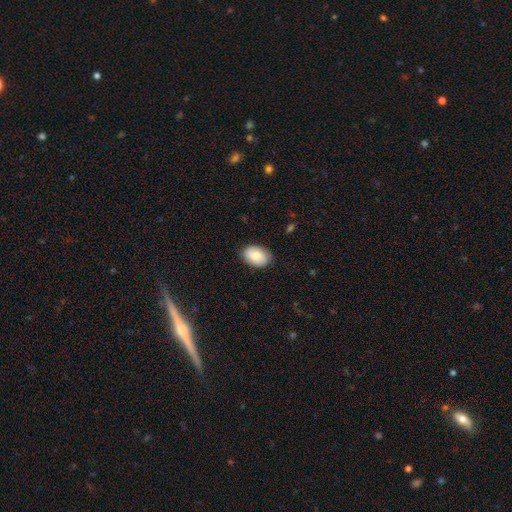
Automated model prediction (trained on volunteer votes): Q: Smooth or featured?
A: smooth (80%); runner-up: featured or disk (13%)
Q: How rounded?
A: in between (85%); runner-up: round (14%)
Q: Merging?
A: none (84%); runner-up: minor disturbance (12%)